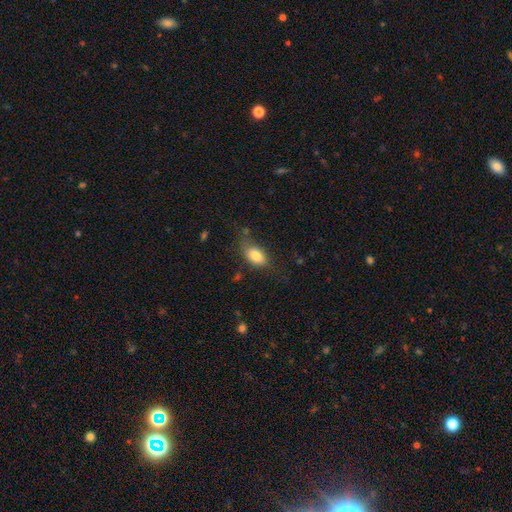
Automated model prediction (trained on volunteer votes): Morphology: type=smooth (80%); roundness=in between (88%); merging=none (61%).